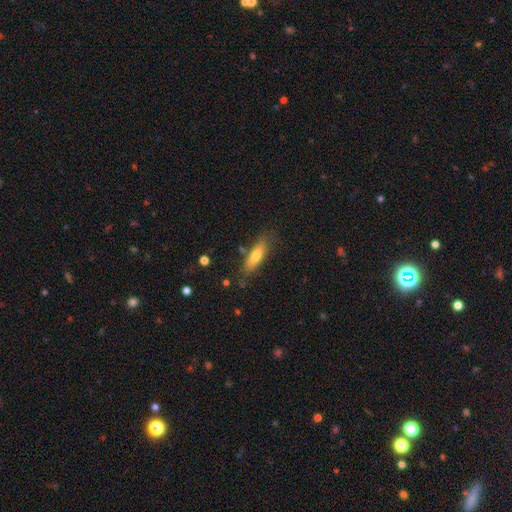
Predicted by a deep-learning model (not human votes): smooth-or-featured: smooth: 68% | featured or disk: 25% | star or artifact: 8%
  how-rounded: cigar-shaped: 54% | in between: 44% | round: 2%
  merging: none: 79% | minor disturbance: 15% | major disturbance: 3% | merger: 3%